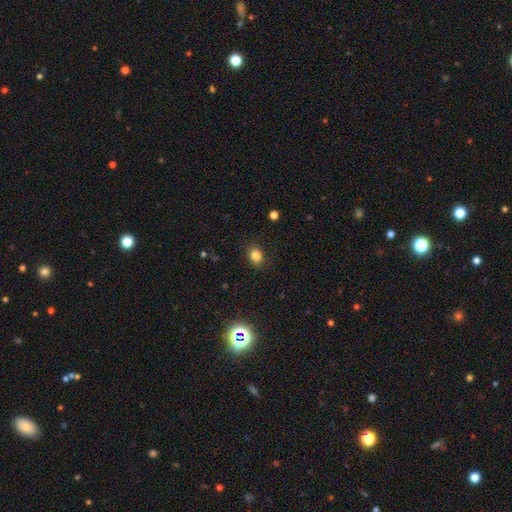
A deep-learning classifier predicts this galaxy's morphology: Smooth or featured? Predicted: smooth (p=0.82). How rounded? Predicted: round (p=0.50). Merging? Predicted: none (p=0.85).